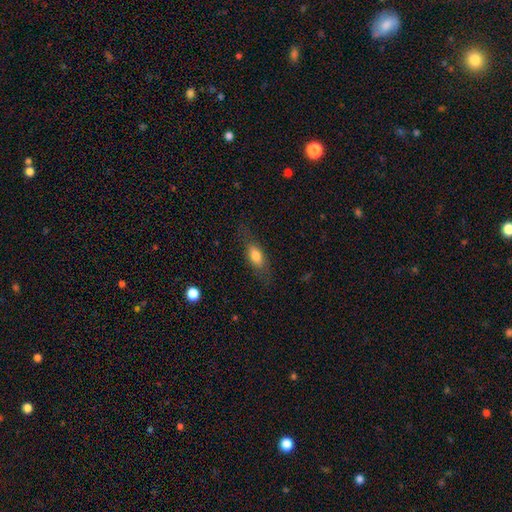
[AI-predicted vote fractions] Smooth or featured? Predicted: smooth (p=0.73). How rounded? Predicted: in between (p=0.73). Merging? Predicted: none (p=0.73).